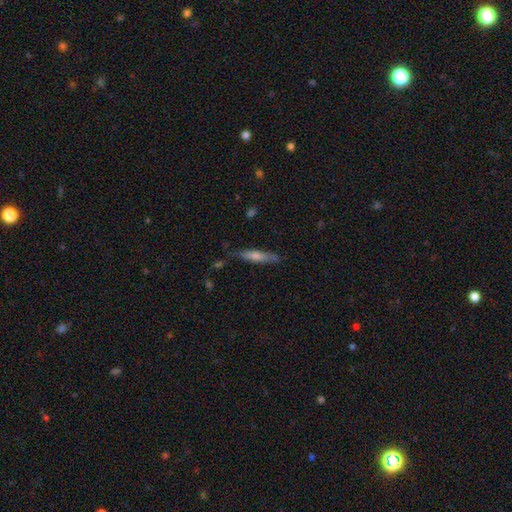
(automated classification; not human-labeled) This appears to be a smooth galaxy with no disk features (50%) that is cigar-shaped (88%). Merging: none (78%).